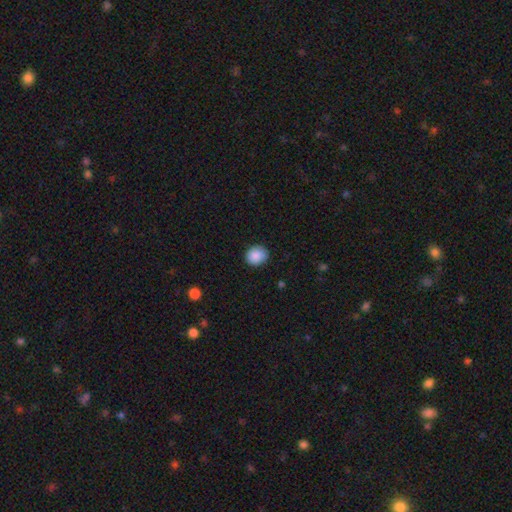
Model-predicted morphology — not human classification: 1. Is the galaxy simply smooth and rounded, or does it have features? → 89% smooth, 8% star or artifact, 3% featured or disk.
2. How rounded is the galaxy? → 78% round, 21% in between, 1% cigar-shaped.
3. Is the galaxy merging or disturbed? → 87% none, 10% minor disturbance, 2% major disturbance, 1% merger.